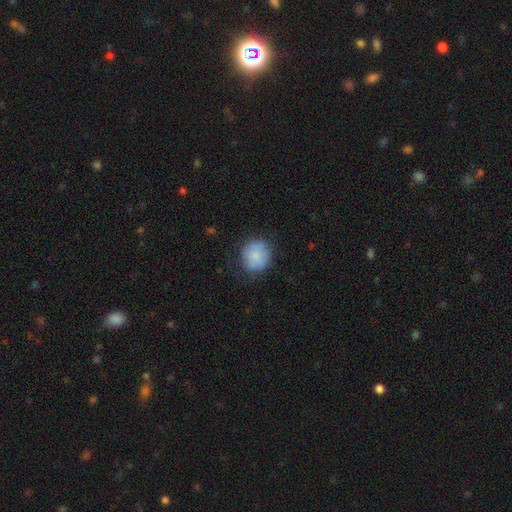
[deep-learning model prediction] The model was most divided on "merging": none: 69%, minor disturbance: 22%, major disturbance: 7%, merger: 2%. More confident: how rounded — round (82%); smooth or featured — smooth (81%).